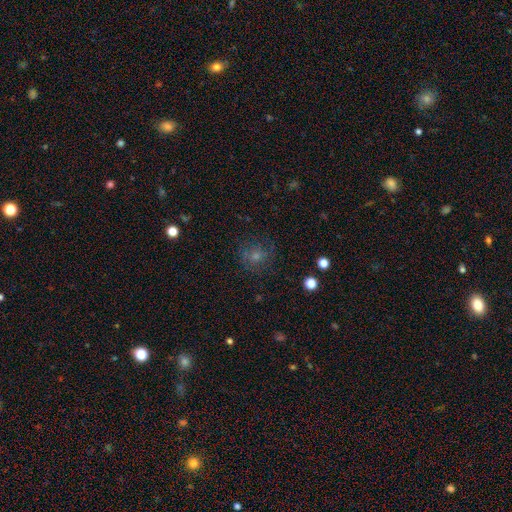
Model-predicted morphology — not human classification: Overall: smooth (55%; featured or disk 24%). How rounded: round (83%). Merging: none (73%).